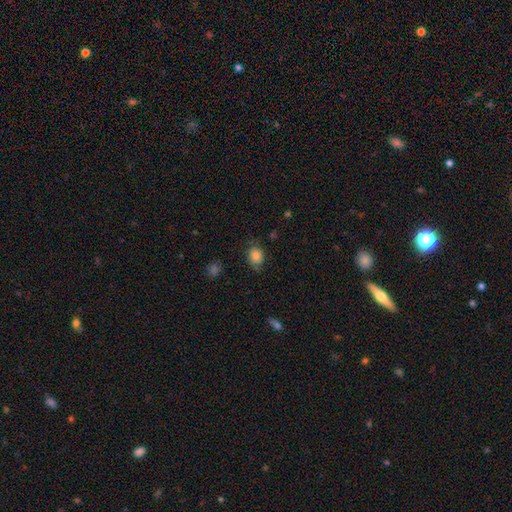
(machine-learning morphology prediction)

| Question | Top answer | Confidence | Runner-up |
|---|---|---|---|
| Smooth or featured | smooth | 81% | star or artifact (10%) |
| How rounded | round | 59% | in between (40%) |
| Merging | none | 72% | minor disturbance (21%) |